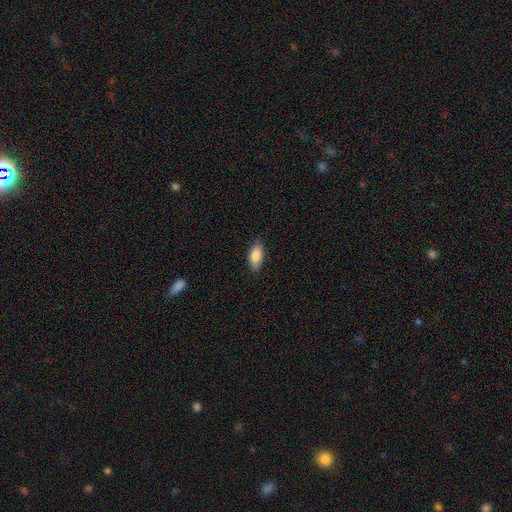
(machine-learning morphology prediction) smooth-or-featured: smooth: 87% | featured or disk: 7% | star or artifact: 6%
  how-rounded: in between: 85% | cigar-shaped: 13% | round: 2%
  merging: none: 83% | minor disturbance: 13% | major disturbance: 2% | merger: 1%